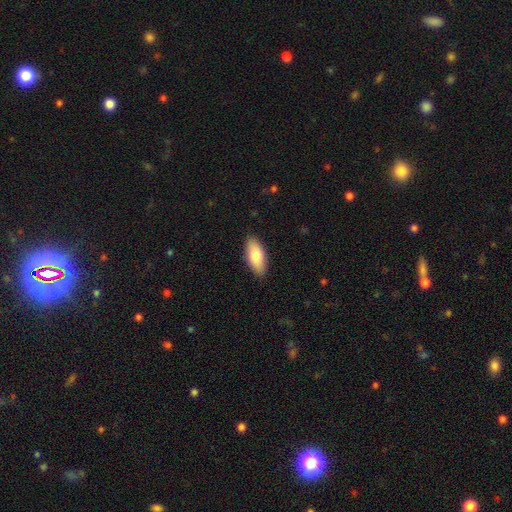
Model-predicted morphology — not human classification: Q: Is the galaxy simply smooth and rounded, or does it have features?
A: smooth — 79%.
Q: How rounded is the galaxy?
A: in between — 87%.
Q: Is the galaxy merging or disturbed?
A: none — 88%.